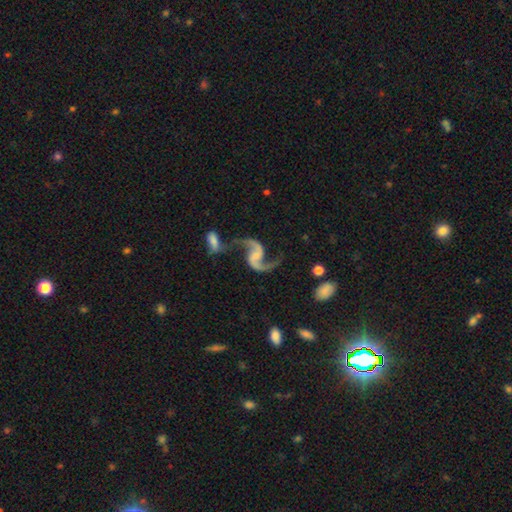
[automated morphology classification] A featured or disk galaxy (92%) with no bar (49%), 2 (94%) loose (79%) spiral arms (98%) and a small central bulge (42%). Merging: none (51%).